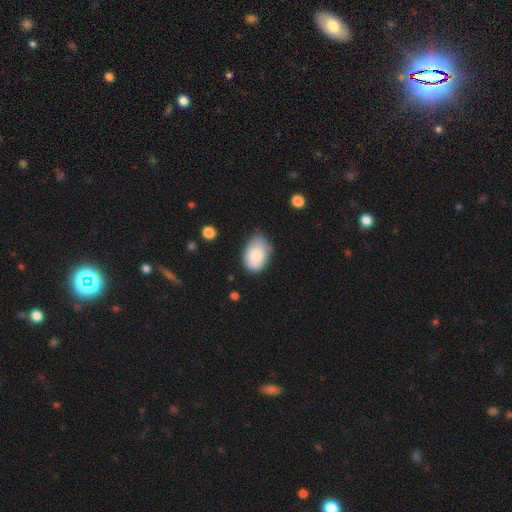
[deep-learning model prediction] The model was most divided on "merging": none: 65%, minor disturbance: 28%, major disturbance: 5%, merger: 2%. More confident: how rounded — in between (87%); smooth or featured — smooth (84%).